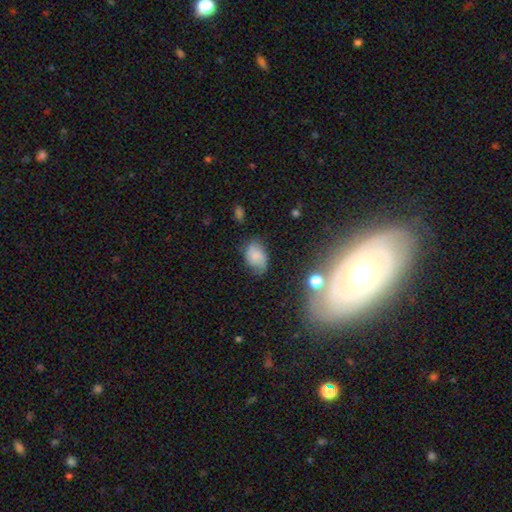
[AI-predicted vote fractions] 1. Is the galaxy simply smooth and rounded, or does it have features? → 67% smooth, 22% featured or disk, 11% star or artifact.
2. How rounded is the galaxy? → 82% in between, 17% round, 1% cigar-shaped.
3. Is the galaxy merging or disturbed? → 55% none, 31% minor disturbance, 11% major disturbance, 3% merger.